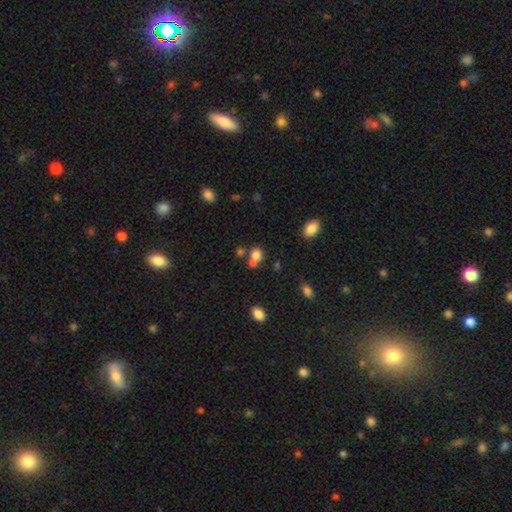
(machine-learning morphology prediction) smooth-or-featured: smooth: 77% | star or artifact: 13% | featured or disk: 10%
  how-rounded: round: 71% | in between: 28% | cigar-shaped: 1%
  merging: merger: 44% | none: 43% | minor disturbance: 9% | major disturbance: 4%